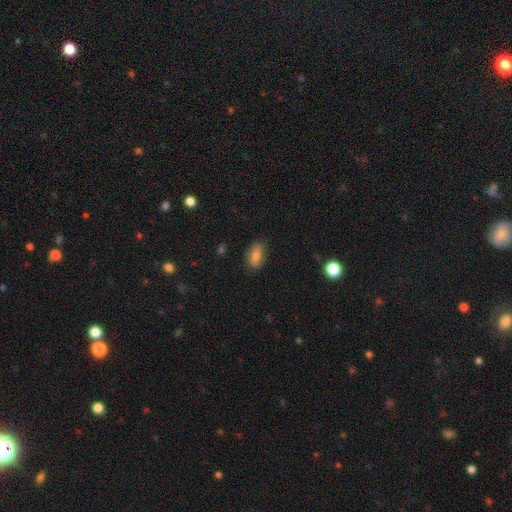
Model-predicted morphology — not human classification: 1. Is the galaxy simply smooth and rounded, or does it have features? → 72% smooth, 20% featured or disk, 9% star or artifact.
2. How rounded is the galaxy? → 85% in between, 8% round, 7% cigar-shaped.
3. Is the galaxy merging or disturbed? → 82% none, 14% minor disturbance, 3% major disturbance, 1% merger.